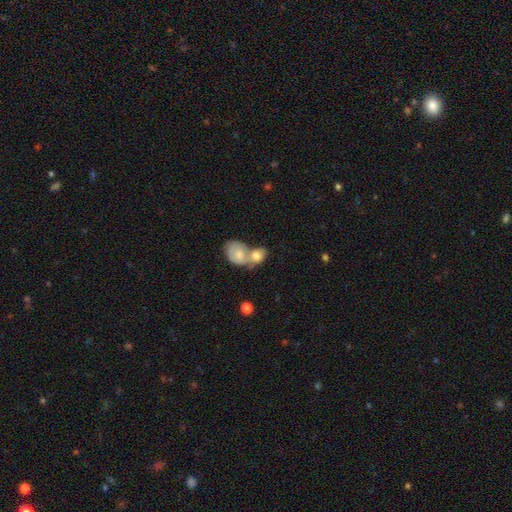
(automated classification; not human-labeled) This appears to be a smooth galaxy with no disk features (75%) that is in between round and cigar-shaped (67%). Merging: merger (75%).